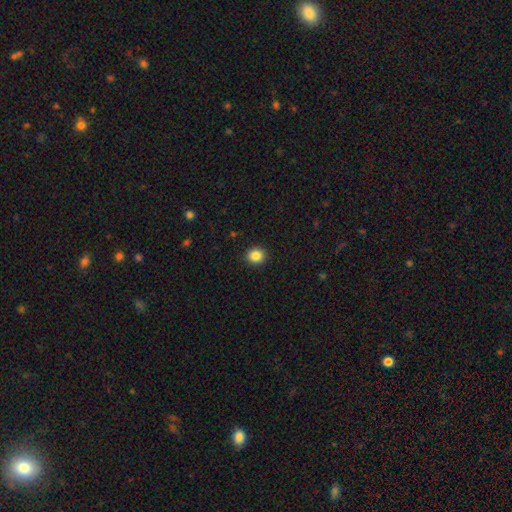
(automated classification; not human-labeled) This is clearly a smooth galaxy (87%). How rounded: clearly round (86%). Merging: clearly none (92%).